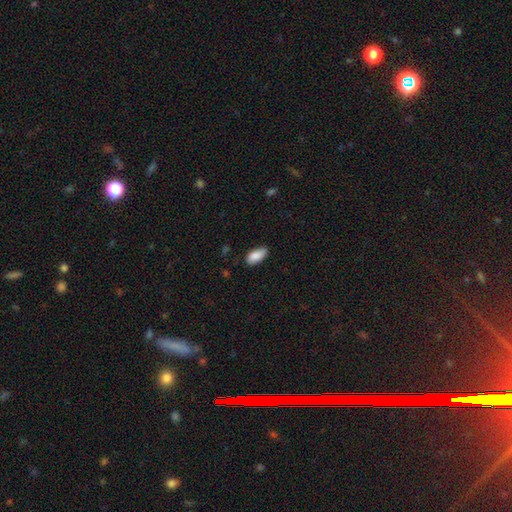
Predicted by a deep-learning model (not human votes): A smooth galaxy with no disk features (88%) that is in between round and cigar-shaped (91%). Merging: none (76%).